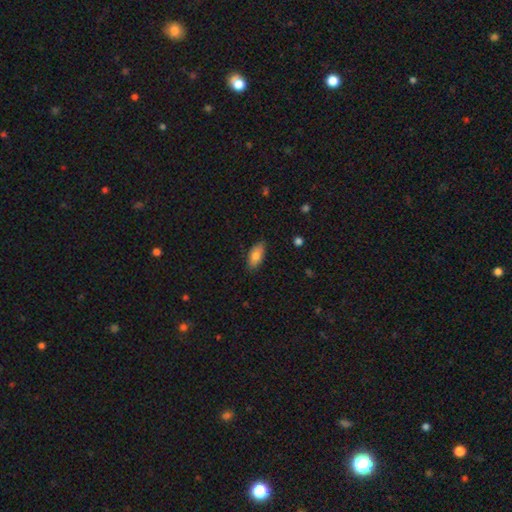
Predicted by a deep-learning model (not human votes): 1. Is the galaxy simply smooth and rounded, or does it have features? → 83% smooth, 11% featured or disk, 7% star or artifact.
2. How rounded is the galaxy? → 88% in between, 9% cigar-shaped, 3% round.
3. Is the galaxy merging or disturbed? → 83% none, 14% minor disturbance, 2% major disturbance, 1% merger.